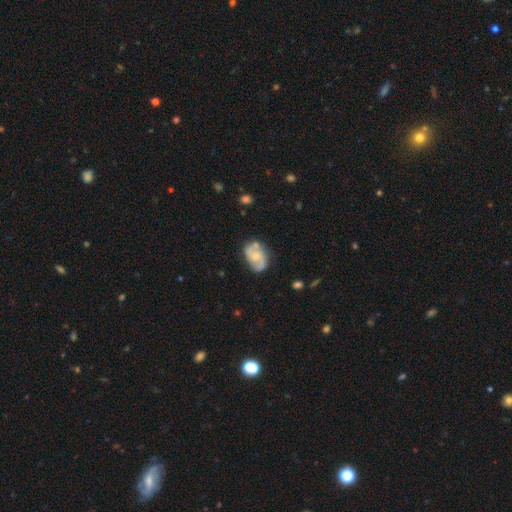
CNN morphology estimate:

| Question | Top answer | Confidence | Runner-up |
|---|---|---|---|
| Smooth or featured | featured or disk | 75% | smooth (19%) |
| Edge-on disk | no | 98% | yes (2%) |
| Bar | no | 55% | weak (39%) |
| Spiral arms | yes | 93% | no (7%) |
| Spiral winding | medium | 49% | loose (31%) |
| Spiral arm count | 2 | 87% | can't tell (6%) |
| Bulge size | small | 44% | moderate (34%) |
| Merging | none | 68% | minor disturbance (20%) |